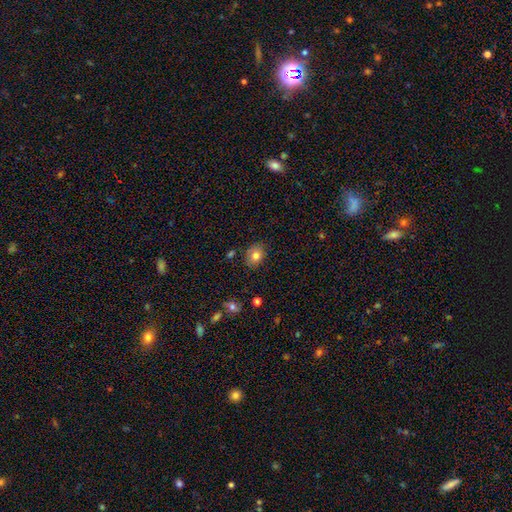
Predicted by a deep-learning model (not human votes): smooth-or-featured: smooth: 79% | featured or disk: 11% | star or artifact: 10%
  how-rounded: in between: 55% | round: 44% | cigar-shaped: 1%
  merging: none: 82% | minor disturbance: 14% | major disturbance: 3% | merger: 2%